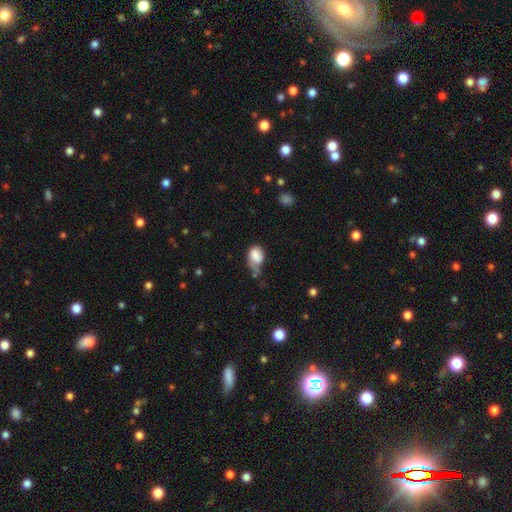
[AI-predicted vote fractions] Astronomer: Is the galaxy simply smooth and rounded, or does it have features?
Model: smooth — 82%.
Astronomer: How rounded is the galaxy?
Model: in between — 74%.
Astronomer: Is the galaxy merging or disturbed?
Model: minor disturbance — 38% (runner-up: none, 29%).